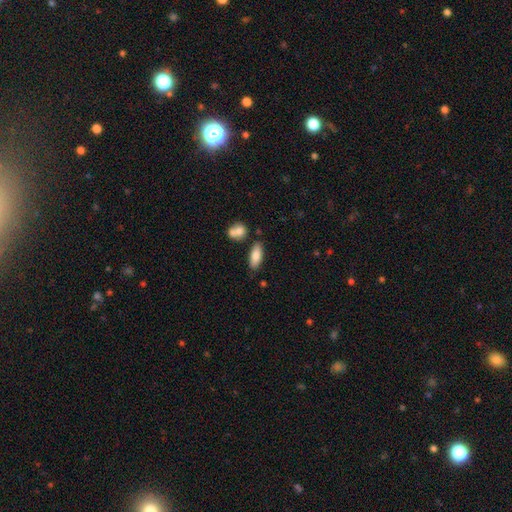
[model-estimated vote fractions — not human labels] Smooth or featured? Predicted: smooth (p=0.83). How rounded? Predicted: in between (p=0.77). Merging? Predicted: none (p=0.76).